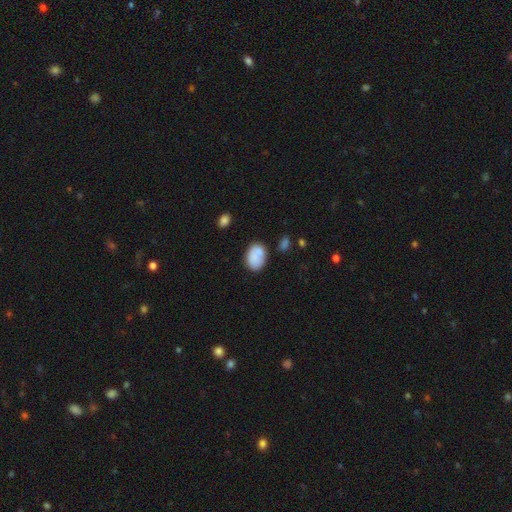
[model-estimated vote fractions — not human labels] This appears to be a smooth galaxy with no disk features (81%) that is in between round and cigar-shaped (83%). Merging: none (59%).